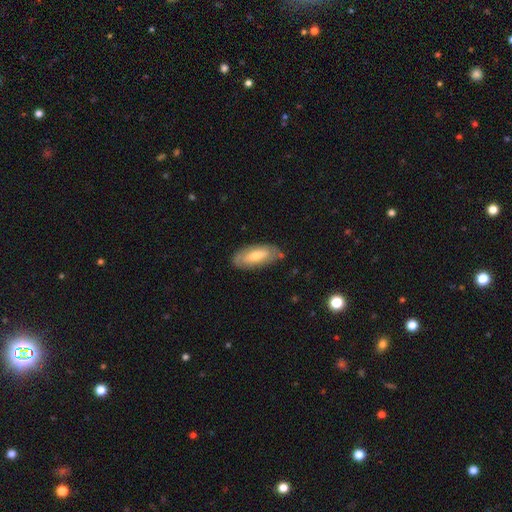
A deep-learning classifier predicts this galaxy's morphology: A smooth galaxy with no disk features (52%) that is in between round and cigar-shaped (81%).

Vote fractions:
- Smooth or featured? smooth: 52% / featured or disk: 42% / star or artifact: 6%
- How rounded? in between: 81% / cigar-shaped: 17% / round: 2%
- Merging? none: 76% / minor disturbance: 18% / major disturbance: 4% / merger: 2%